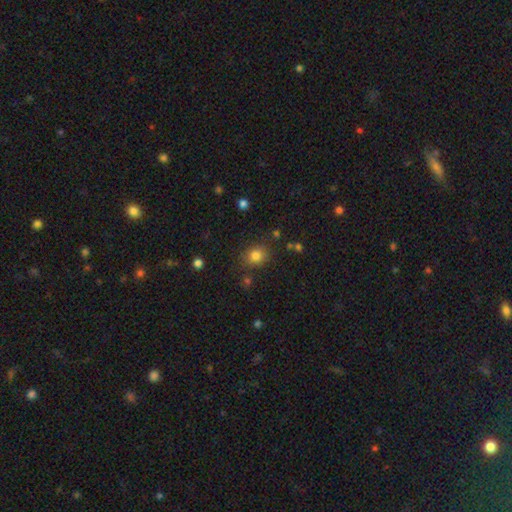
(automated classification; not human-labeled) smooth-or-featured: smooth: 81% | star or artifact: 13% | featured or disk: 6%
  how-rounded: round: 69% | in between: 30% | cigar-shaped: 1%
  merging: none: 80% | minor disturbance: 12% | major disturbance: 4% | merger: 4%